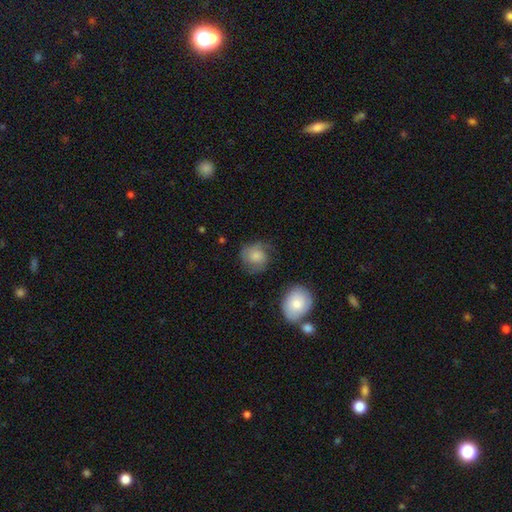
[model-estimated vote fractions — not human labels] Smooth or featured? Predicted: smooth (p=0.62). How rounded? Predicted: round (p=0.80). Merging? Predicted: none (p=0.60).